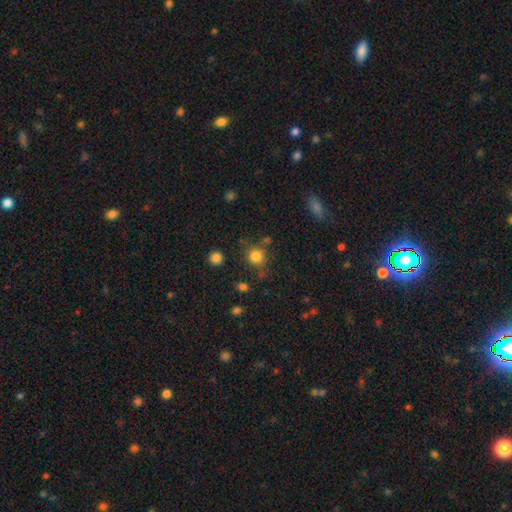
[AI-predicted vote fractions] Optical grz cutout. It shows a smooth galaxy with no disk features (81%) that is round (88%). Merging: none (75%).